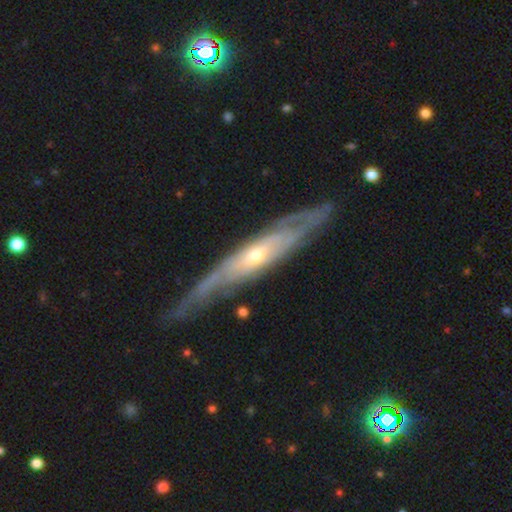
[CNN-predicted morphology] The model was most divided on "edge-on disk": no: 51%, yes: 49%. More confident: smooth or featured — featured or disk (82%); merging — none (68%).